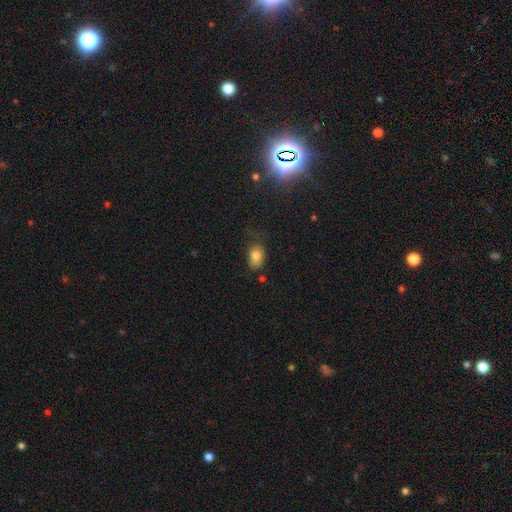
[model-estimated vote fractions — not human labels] smooth_or_featured: smooth (p=0.81) [alt: star or artifact p=0.10]
how_rounded: in between (p=0.81) [alt: round p=0.17]
merging: none (p=0.58) [alt: minor disturbance p=0.28]